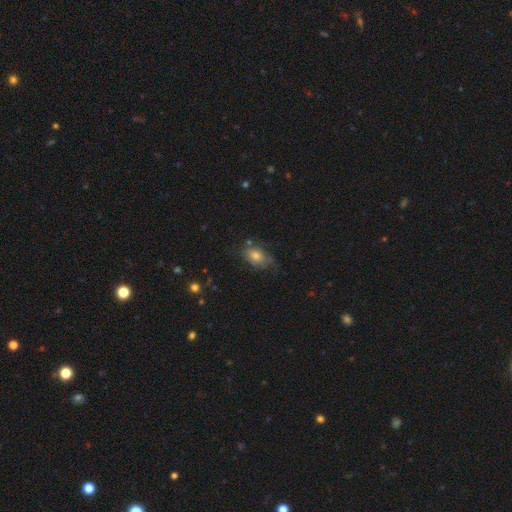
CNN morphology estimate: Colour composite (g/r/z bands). It shows a smooth galaxy with no disk features (61%) that is in between round and cigar-shaped (76%). Merging: none (56%).